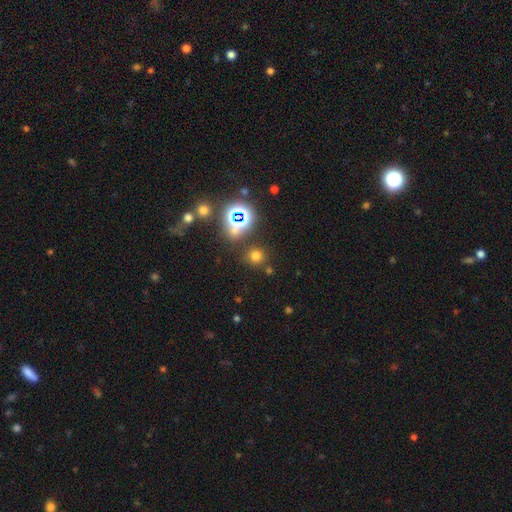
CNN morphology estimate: Smooth or featured?
  - smooth: 64% *
  - star or artifact: 29%
  - featured or disk: 7%
How rounded?
  - round: 90% *
  - in between: 9%
  - cigar-shaped: 1%
Merging?
  - none: 82% *
  - minor disturbance: 8%
  - merger: 6%
  - major disturbance: 4%